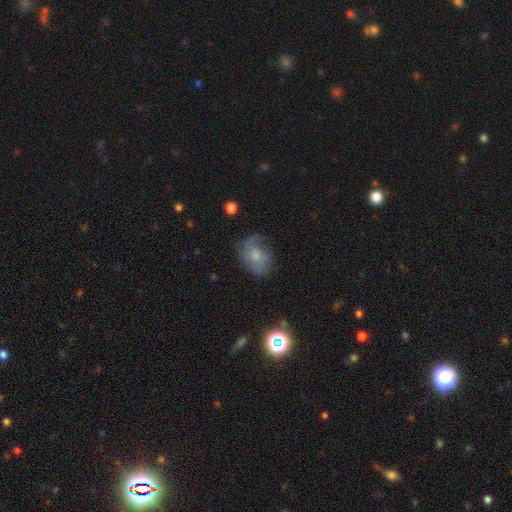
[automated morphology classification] smooth_or_featured: smooth (p=0.46) [alt: featured or disk p=0.43]
merging: none (p=0.54) [alt: minor disturbance p=0.28]